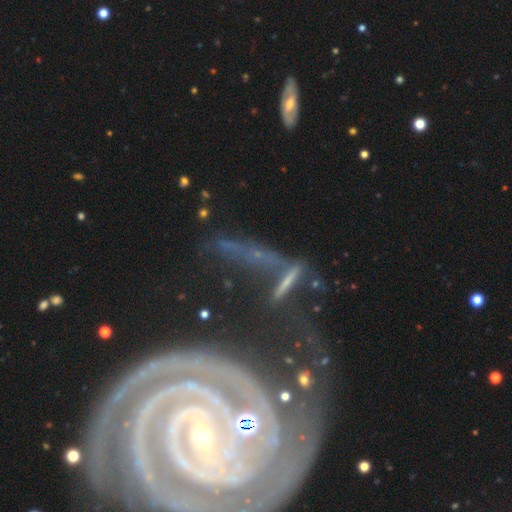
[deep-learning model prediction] featured or disk 77%, star or artifact 12%, smooth 11%. Down the decision tree: edge-on disk — no (85%); bar — no (47%); spiral arms — yes (85%); spiral arm count — 2 (52%); spiral winding — tight (52%); bulge size — small (62%); merging — none (36%).